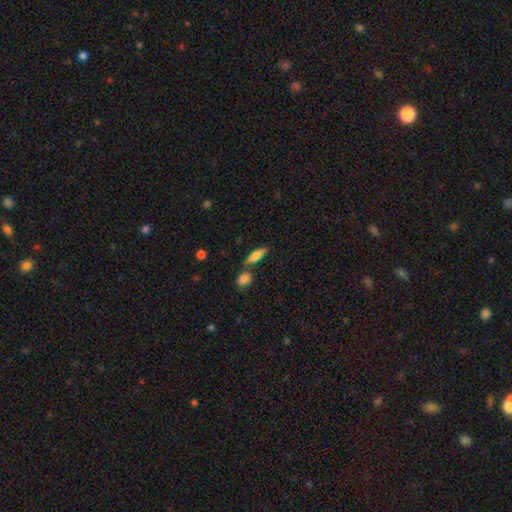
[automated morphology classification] Overall: smooth (62%; featured or disk 31%). How rounded: cigar-shaped (59%; in between 37%). Merging: none (69%).